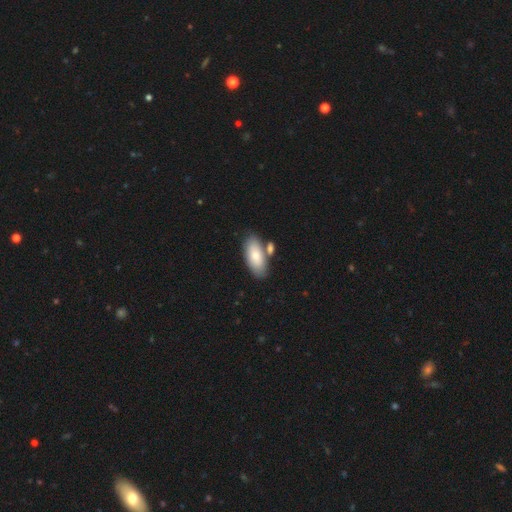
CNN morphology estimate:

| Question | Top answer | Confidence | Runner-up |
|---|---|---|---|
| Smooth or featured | smooth | 77% | featured or disk (17%) |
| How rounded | in between | 89% | cigar-shaped (9%) |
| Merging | none | 64% | merger (19%) |